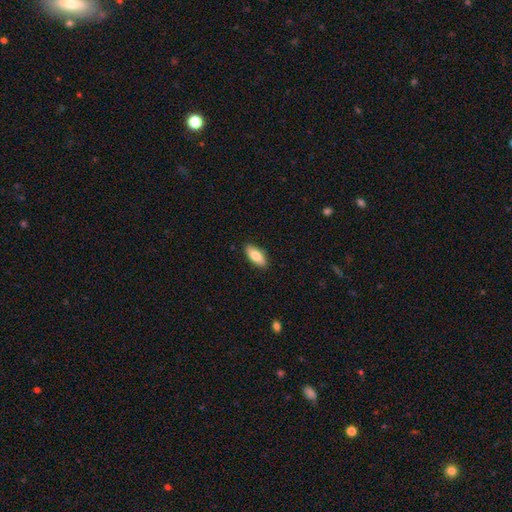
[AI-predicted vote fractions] The model was most divided on "how rounded": in between: 82%, cigar-shaped: 16%, round: 2%. More confident: merging — none (89%); smooth or featured — smooth (83%).